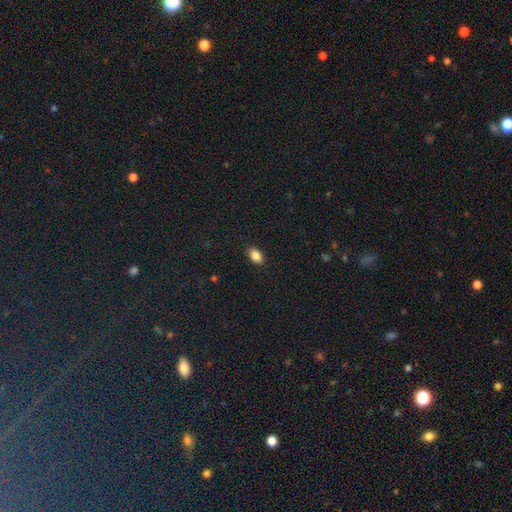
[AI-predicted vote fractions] smooth 86%, star or artifact 9%, featured or disk 5%. Down the decision tree: how rounded — in between (90%); merging — none (89%).